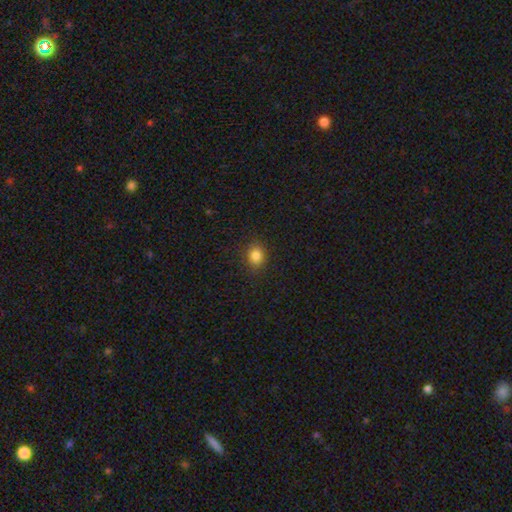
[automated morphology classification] Smooth or featured? Predicted: smooth (p=0.84). How rounded? Predicted: round (p=0.55). Merging? Predicted: none (p=0.87).